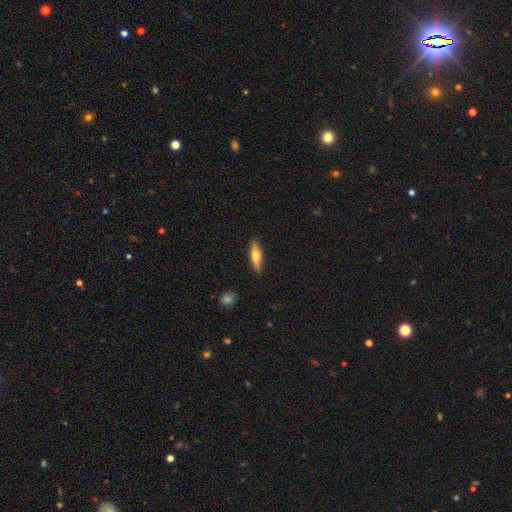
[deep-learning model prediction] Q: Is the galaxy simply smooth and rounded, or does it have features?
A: smooth — 54%.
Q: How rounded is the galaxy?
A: cigar-shaped — 65%.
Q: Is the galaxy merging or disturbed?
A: none — 88%.